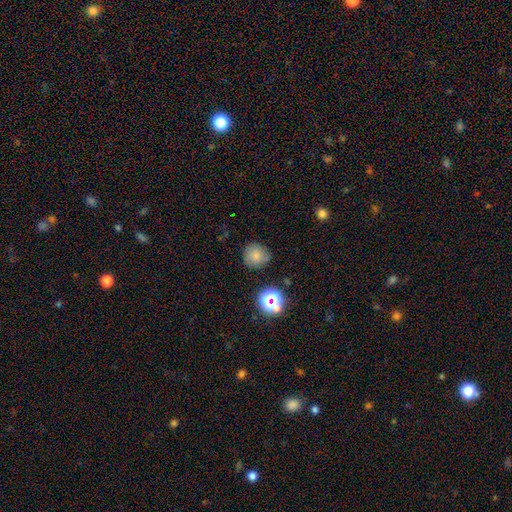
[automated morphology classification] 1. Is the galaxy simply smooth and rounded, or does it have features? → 74% smooth, 16% star or artifact, 10% featured or disk.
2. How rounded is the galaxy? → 90% round, 9% in between, 1% cigar-shaped.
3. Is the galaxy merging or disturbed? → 78% none, 15% minor disturbance, 4% major disturbance, 3% merger.